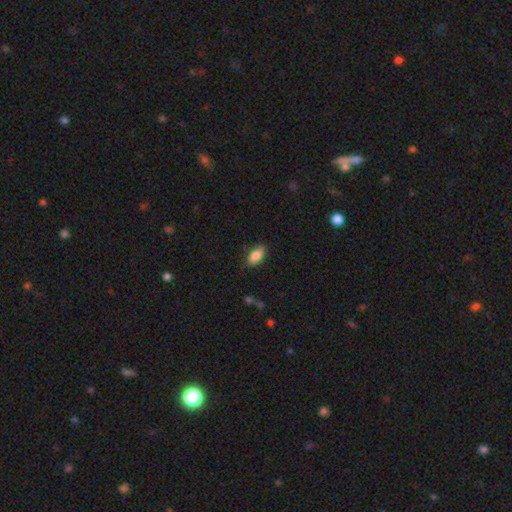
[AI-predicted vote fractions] smooth_or_featured: smooth (p=0.82) [alt: featured or disk p=0.11]
how_rounded: in between (p=0.88) [alt: cigar-shaped p=0.08]
merging: none (p=0.82) [alt: minor disturbance p=0.14]